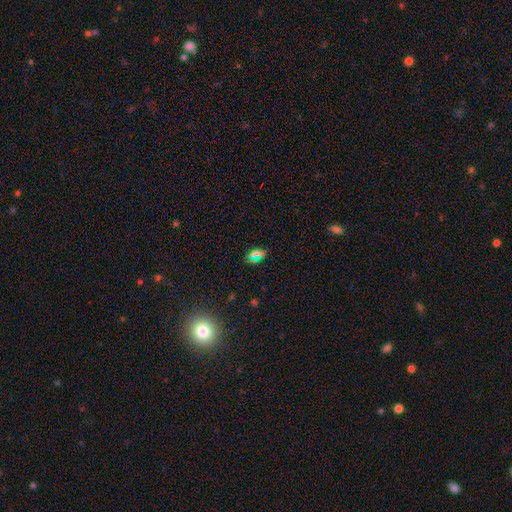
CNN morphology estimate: Smooth or featured: smooth — 56% (star or artifact — 34%)
How rounded: in between — 77% (round — 14%)
Merging: none — 79% (minor disturbance — 12%)